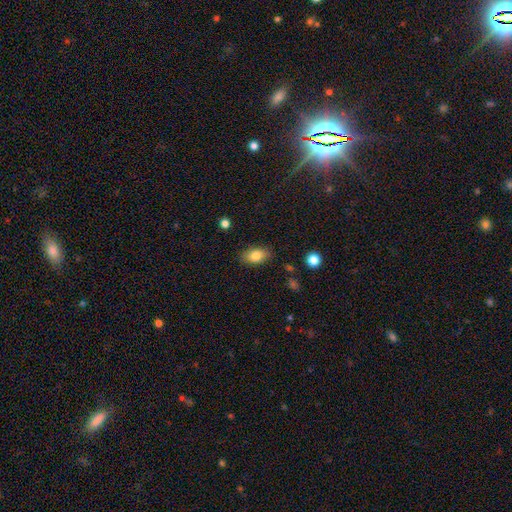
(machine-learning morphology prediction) smooth-or-featured: smooth: 82% | featured or disk: 10% | star or artifact: 8%
  how-rounded: in between: 89% | round: 9% | cigar-shaped: 3%
  merging: none: 85% | minor disturbance: 11% | major disturbance: 3% | merger: 1%